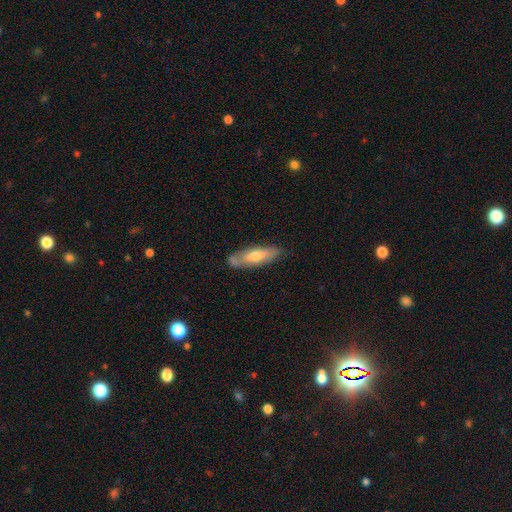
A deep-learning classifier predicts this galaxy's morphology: type=smooth (58%); roundness=cigar-shaped (51%); merging=none (72%).